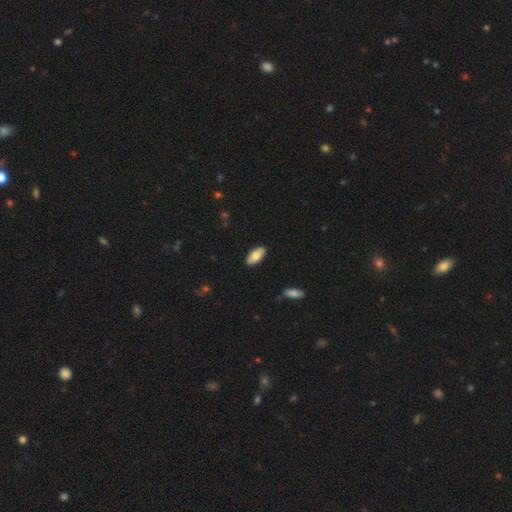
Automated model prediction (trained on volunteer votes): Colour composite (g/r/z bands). It shows a smooth galaxy with no disk features (80%) that is in between round and cigar-shaped (91%). Merging: none (88%).